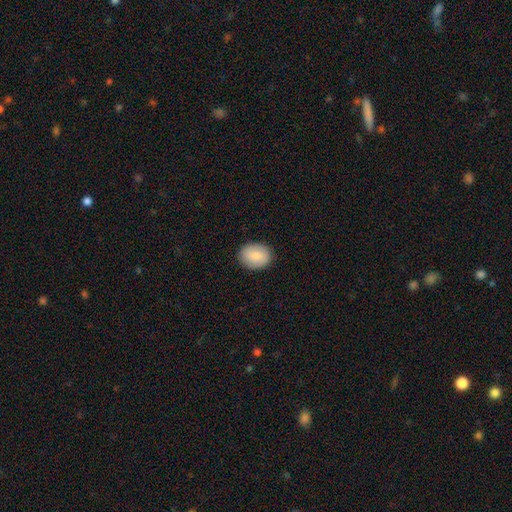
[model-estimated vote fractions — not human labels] Morphology: type=smooth (86%); roundness=in between (54%); merging=none (88%).